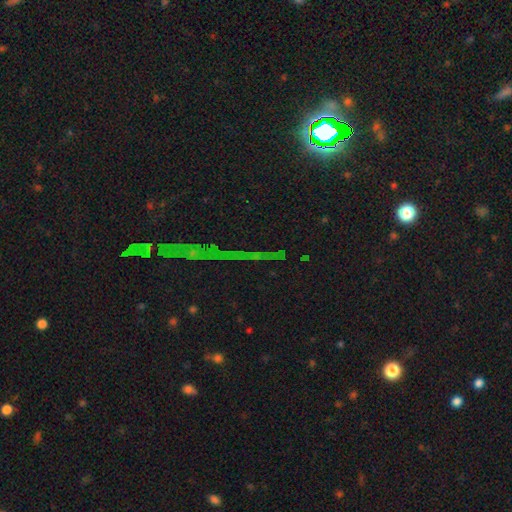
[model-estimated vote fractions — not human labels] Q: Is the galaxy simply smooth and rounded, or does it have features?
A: star or artifact — 79%.